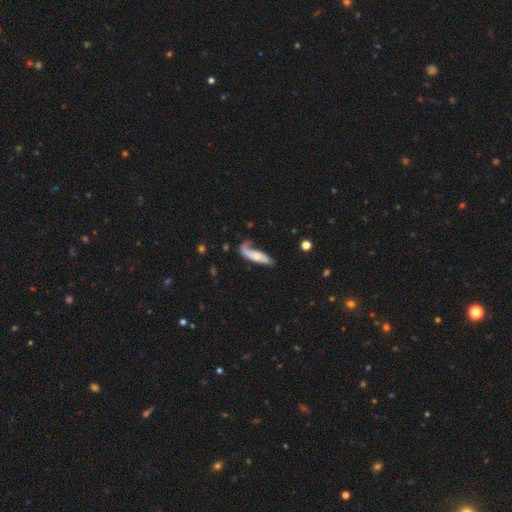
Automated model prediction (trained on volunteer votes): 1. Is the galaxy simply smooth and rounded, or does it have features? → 48% featured or disk, 46% smooth, 6% star or artifact.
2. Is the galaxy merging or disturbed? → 38% none, 30% major disturbance, 25% minor disturbance, 7% merger.